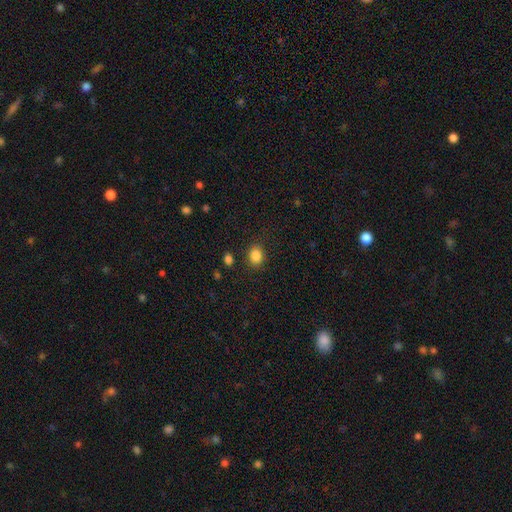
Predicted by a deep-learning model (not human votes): Smooth or featured?
  - smooth: 86% *
  - star or artifact: 10%
  - featured or disk: 4%
How rounded?
  - round: 51% *
  - in between: 48%
  - cigar-shaped: 1%
Merging?
  - none: 84% *
  - minor disturbance: 10%
  - major disturbance: 3%
  - merger: 3%